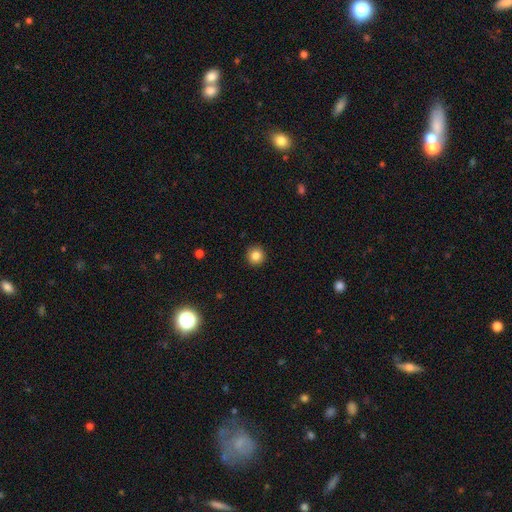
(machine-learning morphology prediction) The model was most divided on "smooth or featured": smooth: 84%, star or artifact: 11%, featured or disk: 5%. More confident: how rounded — round (95%); merging — none (93%).